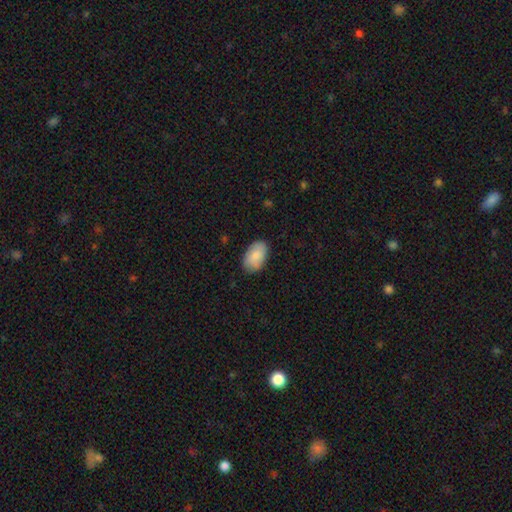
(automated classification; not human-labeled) This appears to be a smooth galaxy with no disk features (86%) that is in between round and cigar-shaped (93%). Merging: none (83%).